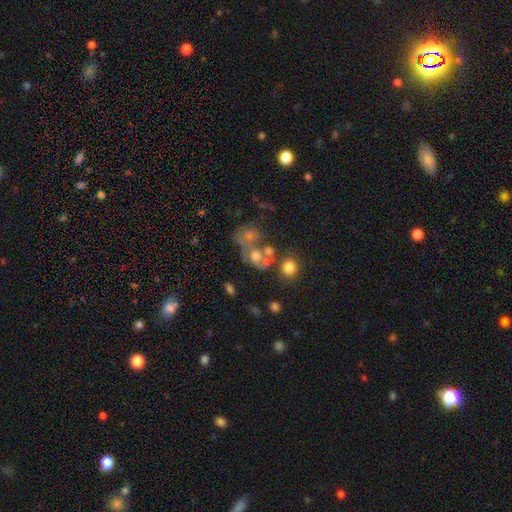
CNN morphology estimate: The model was most divided on "how rounded": round: 58%, in between: 41%, cigar-shaped: 1%. Remaining: smooth or featured — smooth (51%); merging — merger (47%).